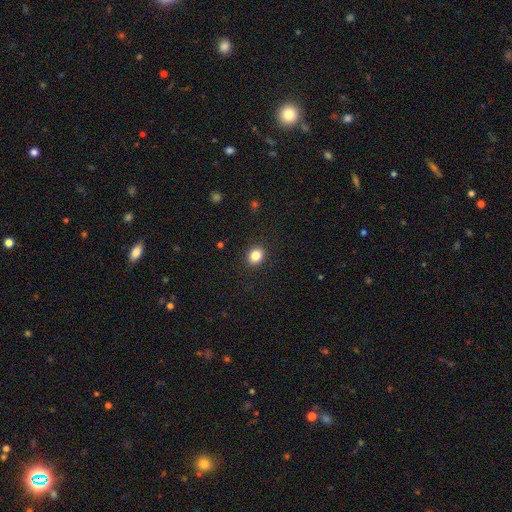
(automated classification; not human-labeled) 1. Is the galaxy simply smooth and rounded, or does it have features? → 84% smooth, 10% star or artifact, 5% featured or disk.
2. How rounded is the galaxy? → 72% round, 27% in between, 1% cigar-shaped.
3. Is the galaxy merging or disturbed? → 91% none, 6% minor disturbance, 2% major disturbance, 1% merger.